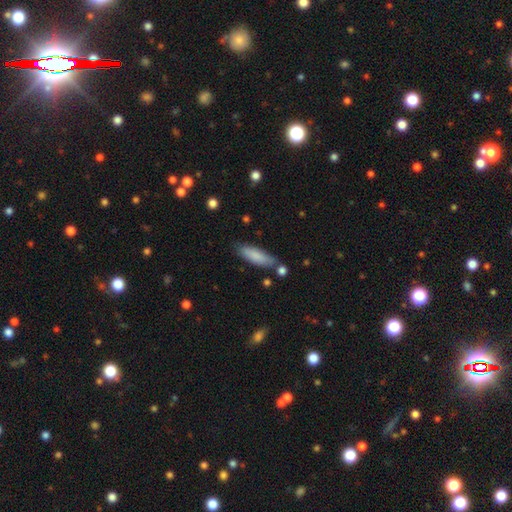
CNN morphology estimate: Q: Smooth or featured?
A: smooth (83%); runner-up: featured or disk (11%)
Q: How rounded?
A: cigar-shaped (52%); runner-up: in between (46%)
Q: Merging?
A: none (75%); runner-up: minor disturbance (16%)